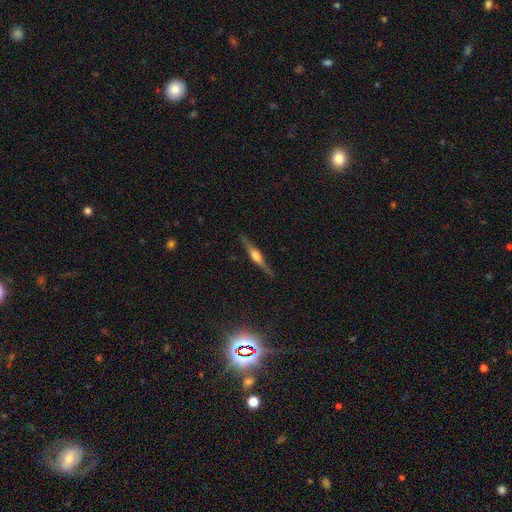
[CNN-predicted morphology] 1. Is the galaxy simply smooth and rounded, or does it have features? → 76% featured or disk, 17% smooth, 7% star or artifact.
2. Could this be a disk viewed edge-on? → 98% yes, 2% no.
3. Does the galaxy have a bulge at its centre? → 84% rounded, 13% boxy, 4% none.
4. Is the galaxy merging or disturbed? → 89% none, 8% minor disturbance, 2% major disturbance, 1% merger.